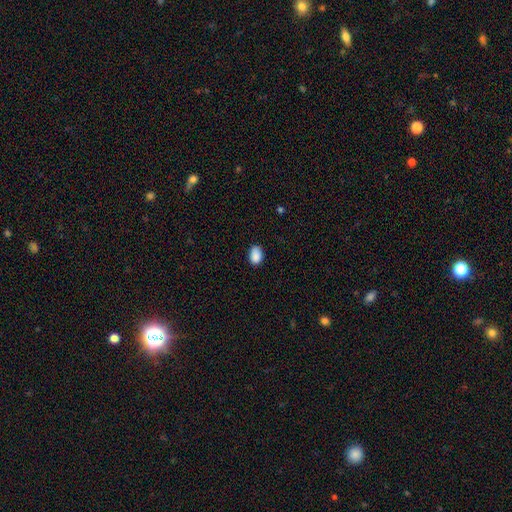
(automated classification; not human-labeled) This is clearly a smooth galaxy (89%). How rounded: clearly in between (85%). Merging: likely none (79%).